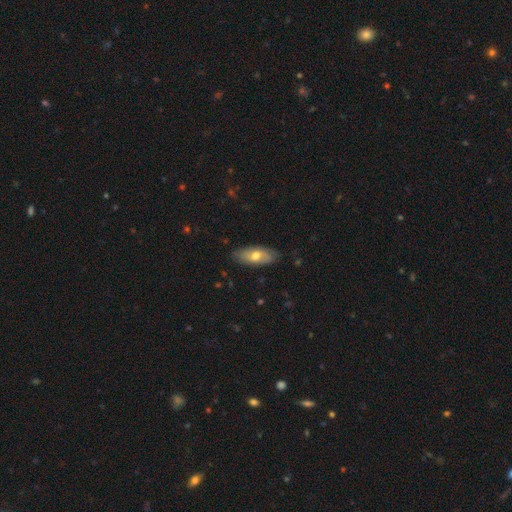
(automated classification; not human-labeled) Smooth or featured? smooth (60%)
How rounded? in between (85%)
Merging? none (81%)